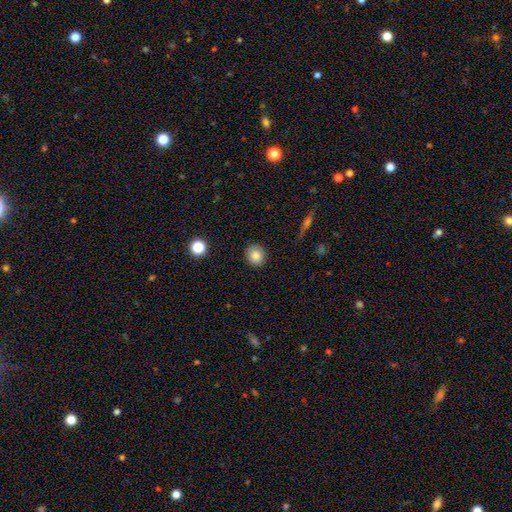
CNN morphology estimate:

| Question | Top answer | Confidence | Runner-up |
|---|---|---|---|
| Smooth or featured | smooth | 83% | star or artifact (9%) |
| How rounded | round | 84% | in between (15%) |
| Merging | none | 89% | minor disturbance (7%) |